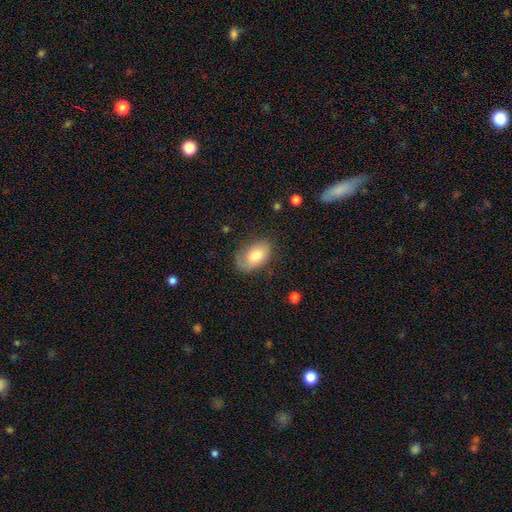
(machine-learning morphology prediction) This appears to be a smooth galaxy with no disk features (72%) that is in between round and cigar-shaped (91%). Merging: none (65%).